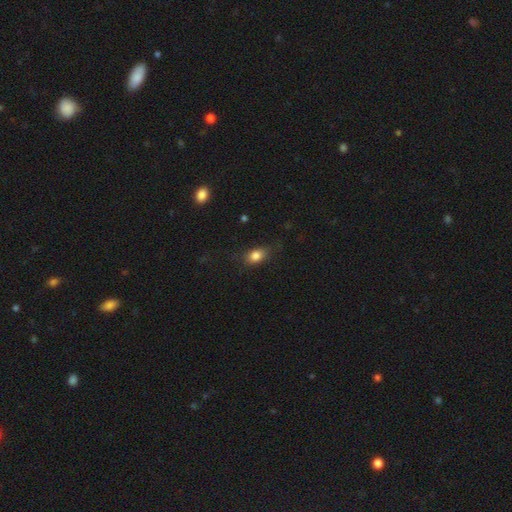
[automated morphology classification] smooth 83%, star or artifact 9%, featured or disk 7%. Down the decision tree: how rounded — in between (78%); merging — none (77%).